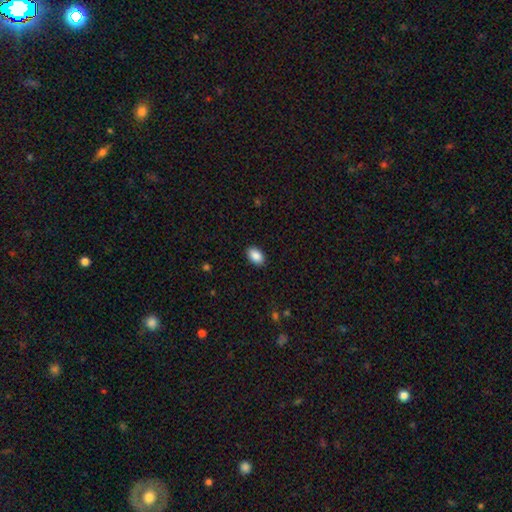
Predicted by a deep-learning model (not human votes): A smooth galaxy with no disk features (89%) that is in between round and cigar-shaped (91%). Merging: none (90%).